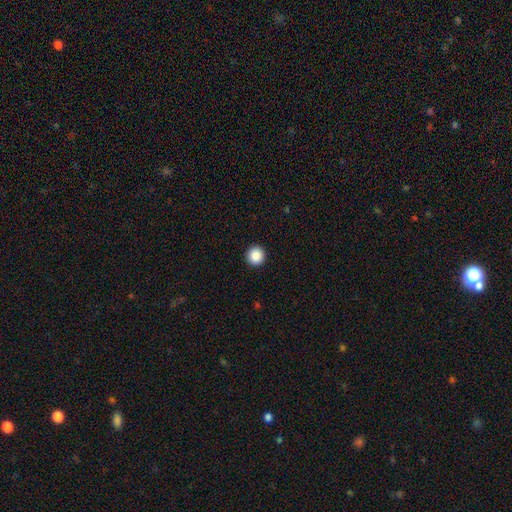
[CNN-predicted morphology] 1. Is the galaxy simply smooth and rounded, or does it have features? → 88% smooth, 9% star or artifact, 3% featured or disk.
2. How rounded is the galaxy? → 96% round, 4% in between, 1% cigar-shaped.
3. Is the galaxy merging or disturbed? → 93% none, 4% minor disturbance, 2% major disturbance, 1% merger.